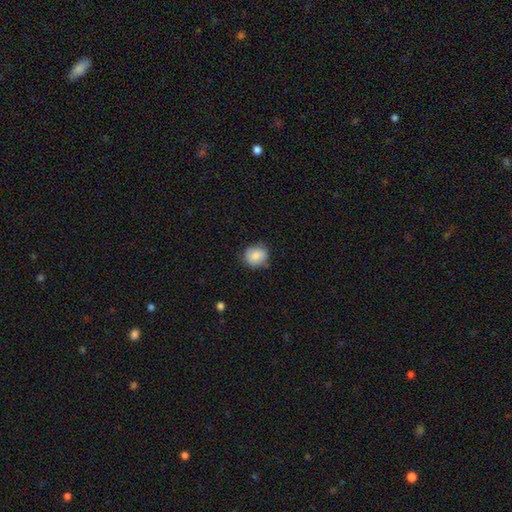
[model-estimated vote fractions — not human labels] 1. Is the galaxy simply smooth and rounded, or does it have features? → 84% smooth, 8% featured or disk, 8% star or artifact.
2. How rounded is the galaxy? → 77% round, 22% in between, 1% cigar-shaped.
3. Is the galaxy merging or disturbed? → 76% none, 18% minor disturbance, 4% major disturbance, 2% merger.